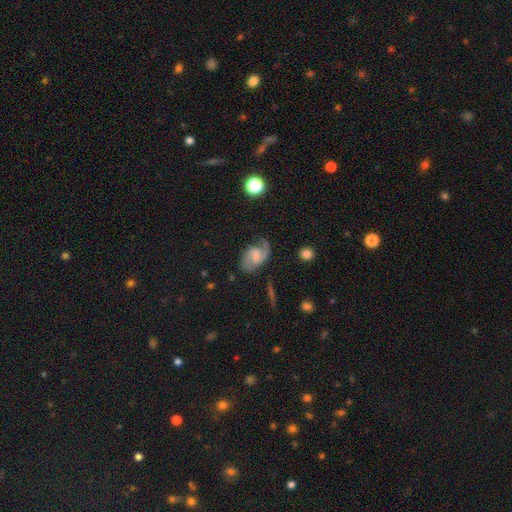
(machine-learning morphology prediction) This appears to be a featured or disk galaxy (77%) with a weak bar (51%), 2 (79%) medium (51%) spiral arms (95%) and no central bulge (39%). Merging: none (67%).